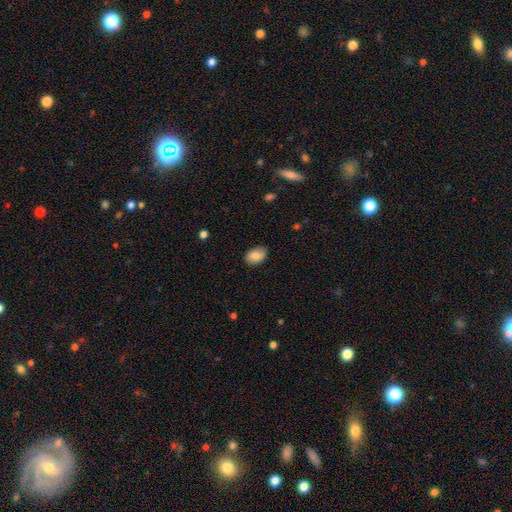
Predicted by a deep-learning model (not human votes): Overall: smooth (86%). How rounded: in between (87%). Merging: none (84%).